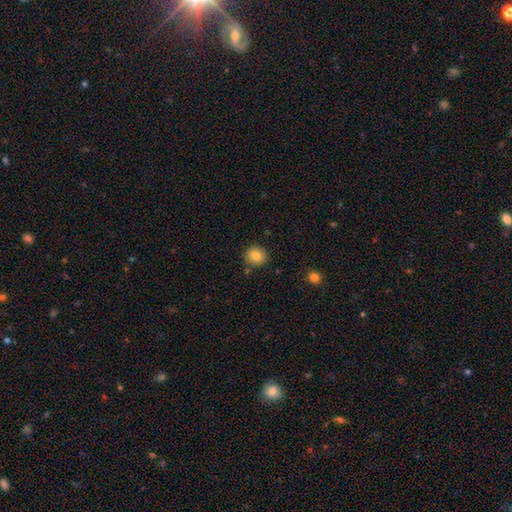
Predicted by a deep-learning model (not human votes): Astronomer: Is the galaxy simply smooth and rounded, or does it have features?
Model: smooth — 83%.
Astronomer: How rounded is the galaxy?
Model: round — 82%.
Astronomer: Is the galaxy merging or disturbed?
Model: none — 82%.